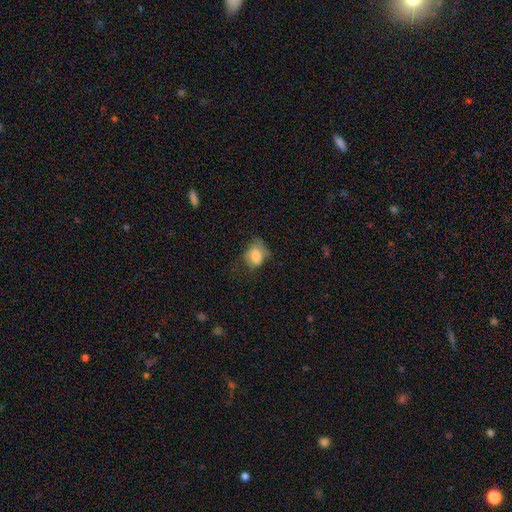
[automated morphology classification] Smooth or featured? Predicted: smooth (p=0.77). How rounded? Predicted: in between (p=0.66). Merging? Predicted: none (p=0.39).